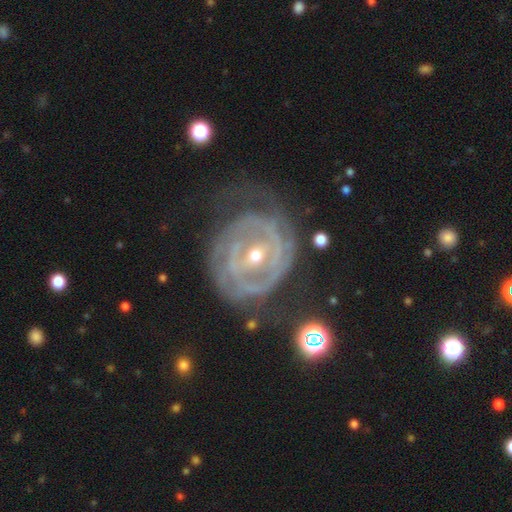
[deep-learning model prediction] Overall: featured or disk (86%). Edge-on disk: no (96%). Bar: weak (41%; strong 31%). Spiral arms: yes (86%). Spiral arm count: can't tell (38%; 2 31%). Spiral winding: tight (67%). Bulge size: small (59%; moderate 38%). Merging: none (51%; major disturbance 23%).